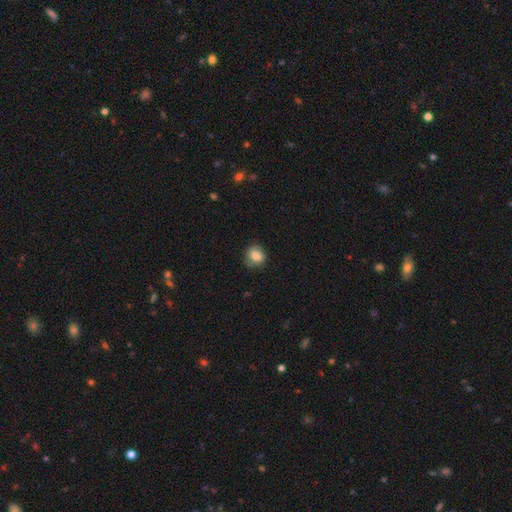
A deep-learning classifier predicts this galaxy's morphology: type=smooth (82%); roundness=round (65%); merging=none (75%).